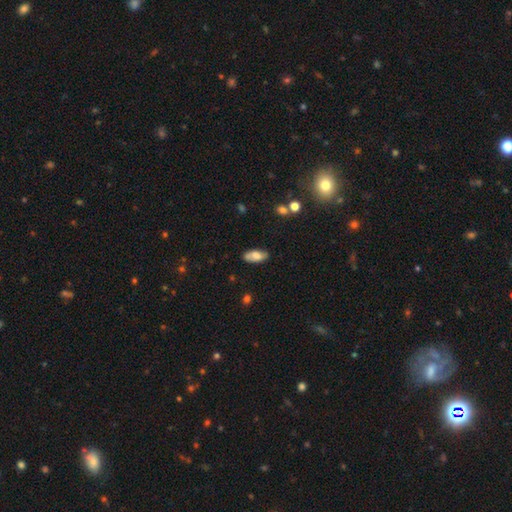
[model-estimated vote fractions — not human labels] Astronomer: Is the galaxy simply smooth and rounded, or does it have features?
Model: smooth — 72%.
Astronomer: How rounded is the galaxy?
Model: in between — 88%.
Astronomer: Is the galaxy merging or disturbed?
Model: none — 80%.